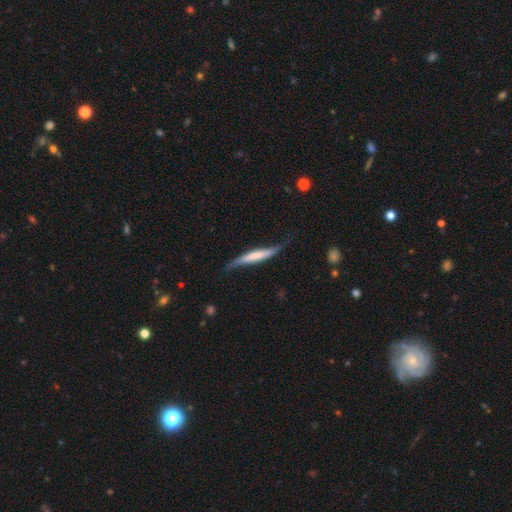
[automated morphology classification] Smooth or featured?
  - featured or disk: 48% *
  - smooth: 47%
  - star or artifact: 5%
Merging?
  - none: 52% *
  - minor disturbance: 32%
  - major disturbance: 13%
  - merger: 3%